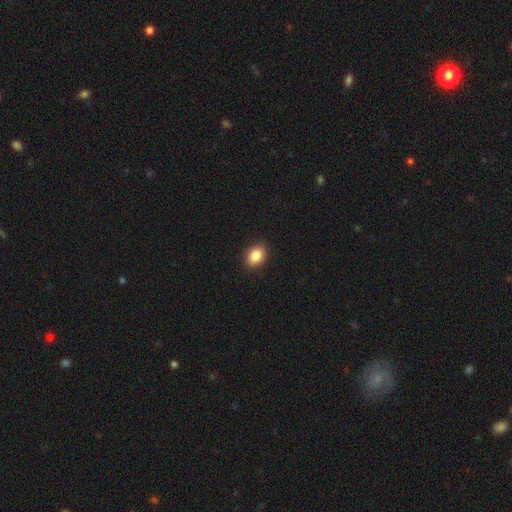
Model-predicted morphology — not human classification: A smooth galaxy with no disk features (87%) that is in between round and cigar-shaped (69%). Merging: none (90%).